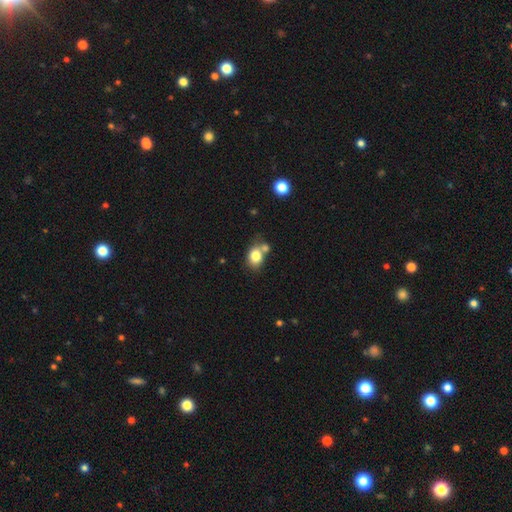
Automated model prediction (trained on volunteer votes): Smooth or featured?
  - smooth: 80% *
  - featured or disk: 10%
  - star or artifact: 9%
How rounded?
  - in between: 56% *
  - round: 43%
  - cigar-shaped: 1%
Merging?
  - none: 49% *
  - merger: 31%
  - minor disturbance: 14%
  - major disturbance: 5%